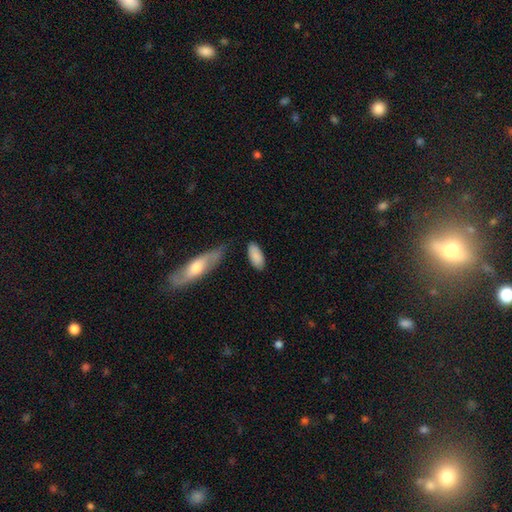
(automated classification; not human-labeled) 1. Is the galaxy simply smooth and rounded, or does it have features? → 86% smooth, 8% featured or disk, 6% star or artifact.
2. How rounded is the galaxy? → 89% in between, 9% cigar-shaped, 2% round.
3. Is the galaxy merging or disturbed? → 72% none, 17% minor disturbance, 7% merger, 5% major disturbance.